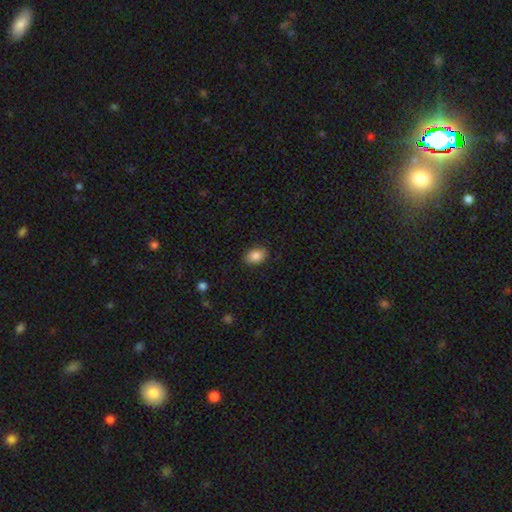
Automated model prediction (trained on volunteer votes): Overall: smooth (86%). How rounded: in between (83%). Merging: none (86%).